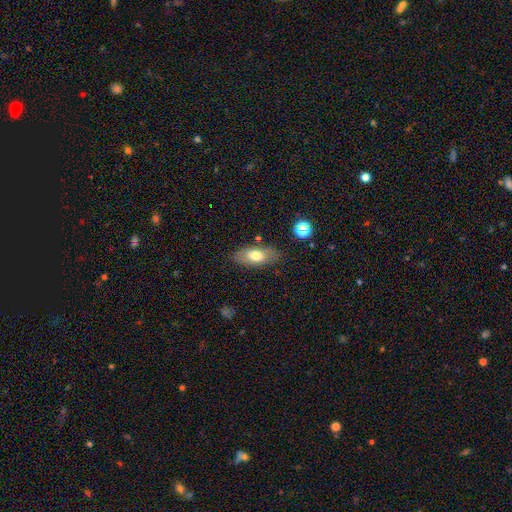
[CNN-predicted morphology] smooth_or_featured: smooth (p=0.68) [alt: featured or disk p=0.25]
how_rounded: in between (p=0.87) [alt: cigar-shaped p=0.09]
merging: none (p=0.80) [alt: minor disturbance p=0.14]